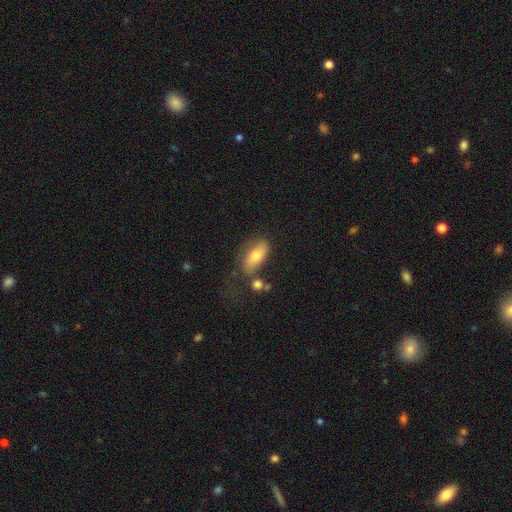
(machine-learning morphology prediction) This is likely a smooth galaxy (70%). How rounded: clearly in between (83%). Merging: possibly none (52%).